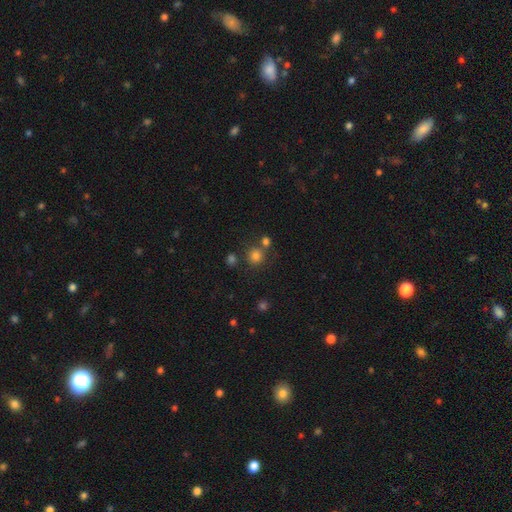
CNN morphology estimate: Overall: smooth (77%). How rounded: round (91%). Merging: none (71%).